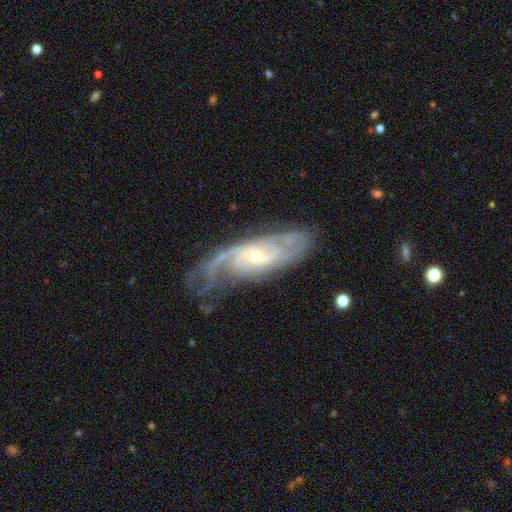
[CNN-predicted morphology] Smooth or featured? Predicted: featured or disk (p=0.88). Edge-on disk? Predicted: no (p=0.91). Bar? Predicted: no (p=0.59). Spiral arms? Predicted: yes (p=0.96). Spiral winding? Predicted: tight (p=0.47). Spiral arm count? Predicted: 2 (p=0.35). Bulge size? Predicted: small (p=0.67). Merging? Predicted: none (p=0.60).